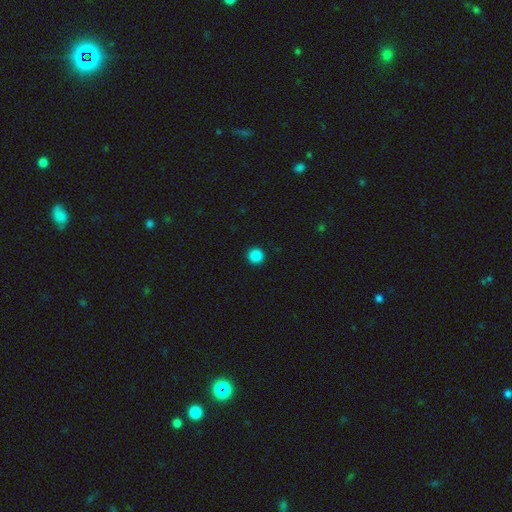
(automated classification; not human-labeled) This appears to be a smooth galaxy with no disk features (87%) that is round (95%). Merging: none (93%).